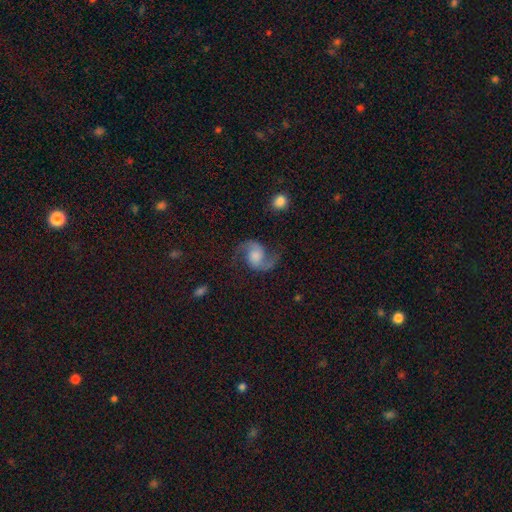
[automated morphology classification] Overall: featured or disk (87%). Edge-on disk: no (98%). Bar: no (64%; weak 30%). Spiral arms: yes (98%). Spiral arm count: 2 (94%). Spiral winding: loose (54%; medium 39%). Bulge size: moderate (31%; large 25%). Merging: none (77%).